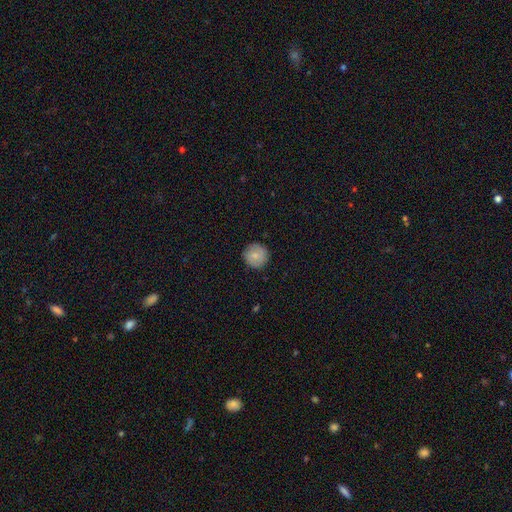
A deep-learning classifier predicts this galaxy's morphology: Smooth or featured? Predicted: smooth (p=0.83). How rounded? Predicted: round (p=0.95). Merging? Predicted: none (p=0.89).